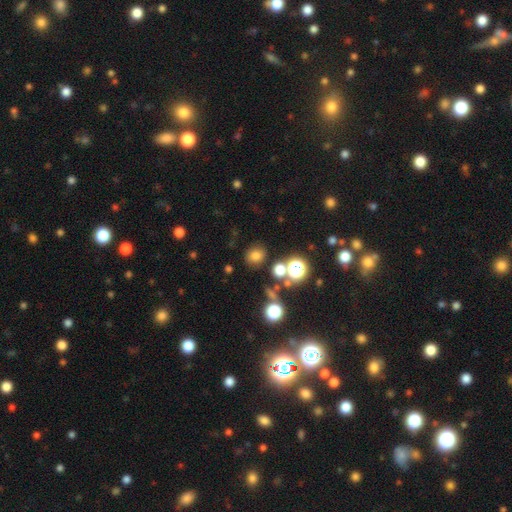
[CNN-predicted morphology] A smooth galaxy with no disk features (72%) that is round (76%). Merging: none (80%).